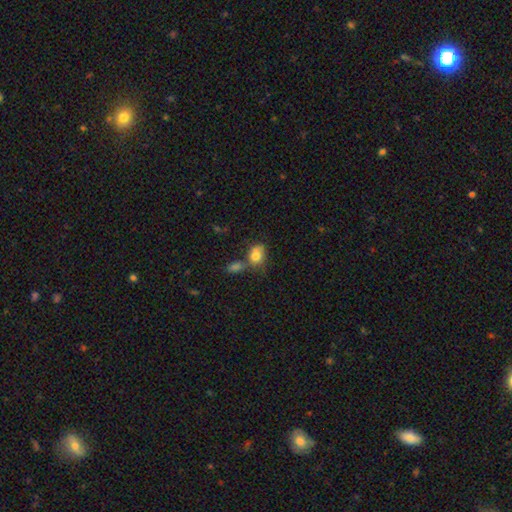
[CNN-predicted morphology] This appears to be a smooth galaxy with no disk features (77%) that is in between round and cigar-shaped (65%). Merging: none (37%).